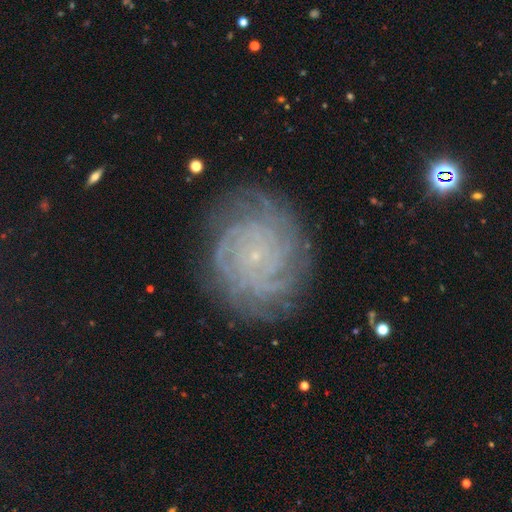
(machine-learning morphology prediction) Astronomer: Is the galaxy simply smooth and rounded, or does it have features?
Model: featured or disk — 84%.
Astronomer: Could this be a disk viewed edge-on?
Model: no — 97%.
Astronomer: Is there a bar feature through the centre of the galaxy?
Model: no — 83%.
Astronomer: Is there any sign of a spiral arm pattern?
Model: yes — 97%.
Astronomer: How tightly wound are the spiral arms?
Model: tight — 83%.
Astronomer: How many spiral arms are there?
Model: can't tell — 24% (runner-up: more than 4, 22%).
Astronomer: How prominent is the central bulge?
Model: small — 90%.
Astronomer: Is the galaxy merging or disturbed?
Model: none — 81%.